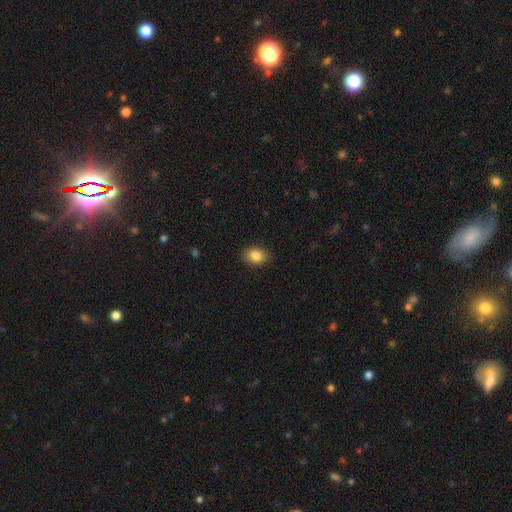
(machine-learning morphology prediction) A smooth galaxy with no disk features (85%) that is in between round and cigar-shaped (65%).

Vote fractions:
- Smooth or featured? smooth: 85% / star or artifact: 9% / featured or disk: 6%
- How rounded? in between: 65% / round: 34% / cigar-shaped: 1%
- Merging? none: 88% / minor disturbance: 9% / major disturbance: 2% / merger: 1%